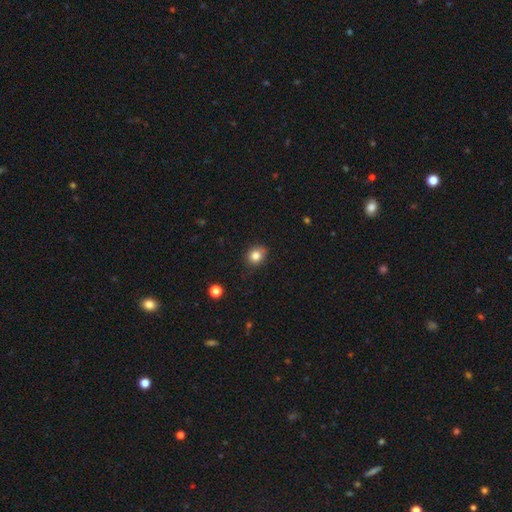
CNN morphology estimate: The model was most divided on "how rounded": round: 64%, in between: 36%, cigar-shaped: 1%. More confident: smooth or featured — smooth (82%); merging — none (80%).